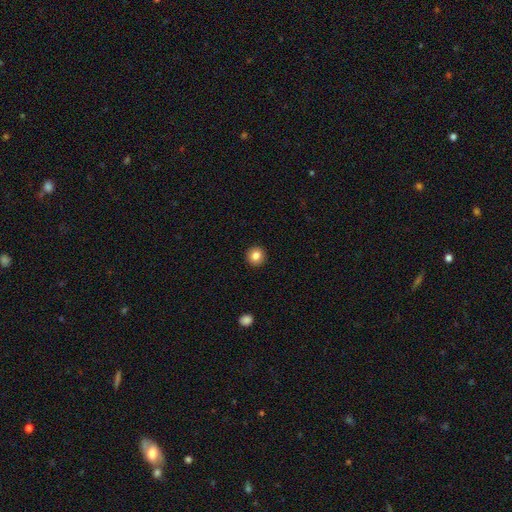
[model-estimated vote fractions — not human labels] This appears to be a smooth galaxy with no disk features (84%) that is round (95%). Merging: none (93%).